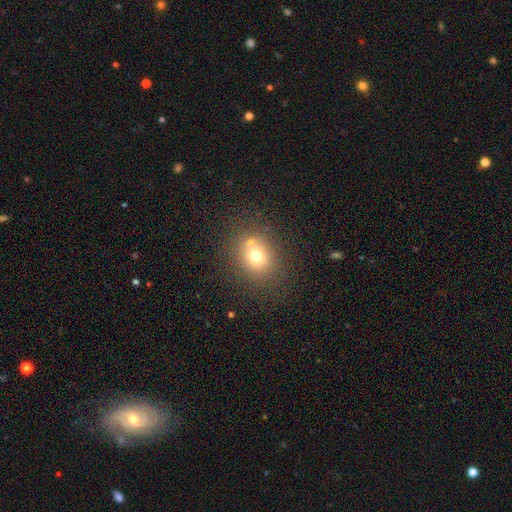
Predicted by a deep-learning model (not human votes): Smooth or featured: smooth — 70% (star or artifact — 16%)
How rounded: round — 68% (in between — 31%)
Merging: none — 71% (merger — 12%)